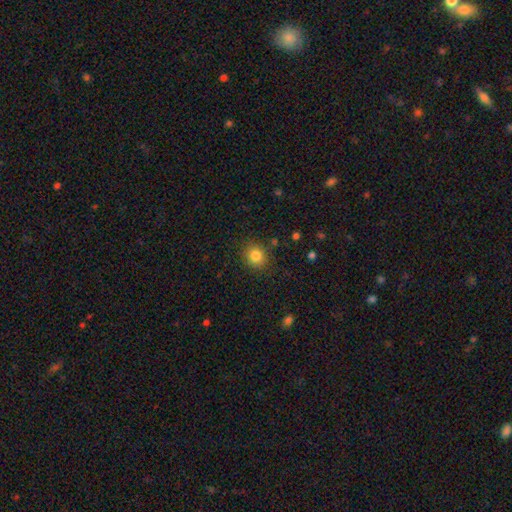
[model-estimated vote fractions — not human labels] smooth-or-featured: smooth: 83% | star or artifact: 11% | featured or disk: 6%
  how-rounded: round: 74% | in between: 26% | cigar-shaped: 1%
  merging: none: 86% | minor disturbance: 10% | major disturbance: 3% | merger: 2%